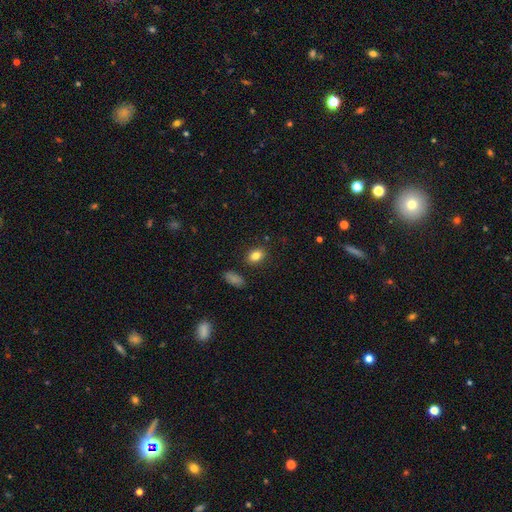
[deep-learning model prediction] Morphology: type=smooth (82%); roundness=in between (73%); merging=none (86%).